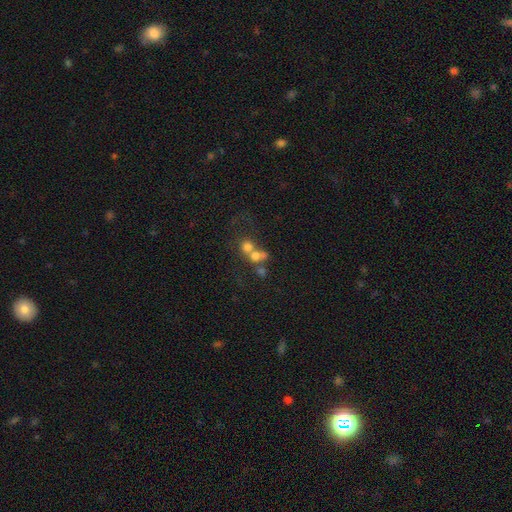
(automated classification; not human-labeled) A smooth galaxy with no disk features (63%) that is round (76%).

Vote fractions:
- Smooth or featured? smooth: 63% / featured or disk: 22% / star or artifact: 15%
- How rounded? round: 76% / in between: 23% / cigar-shaped: 2%
- Merging? merger: 63% / none: 25% / major disturbance: 7% / minor disturbance: 6%